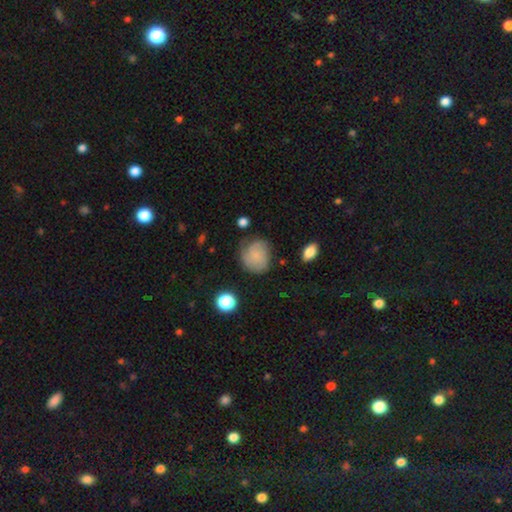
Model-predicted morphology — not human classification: type=smooth (59%); roundness=round (71%); merging=none (61%).